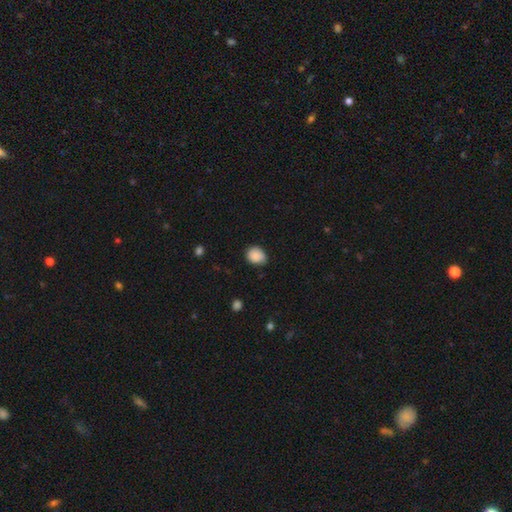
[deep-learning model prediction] A smooth galaxy with no disk features (87%) that is round (51%).

Vote fractions:
- Smooth or featured? smooth: 87% / star or artifact: 8% / featured or disk: 5%
- How rounded? round: 51% / in between: 48% / cigar-shaped: 1%
- Merging? none: 68% / minor disturbance: 26% / major disturbance: 4% / merger: 1%